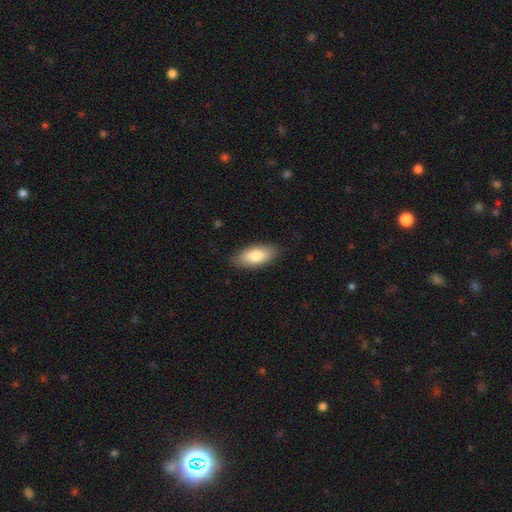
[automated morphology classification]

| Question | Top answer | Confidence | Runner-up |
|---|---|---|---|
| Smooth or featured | smooth | 79% | featured or disk (15%) |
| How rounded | in between | 86% | cigar-shaped (11%) |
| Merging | none | 86% | minor disturbance (11%) |